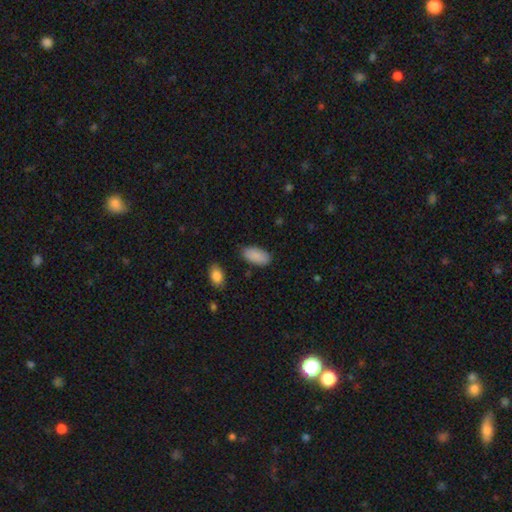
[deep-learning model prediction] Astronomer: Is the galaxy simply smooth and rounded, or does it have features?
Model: smooth — 90%.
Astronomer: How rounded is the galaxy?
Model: in between — 94%.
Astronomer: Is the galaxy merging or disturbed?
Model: none — 84%.